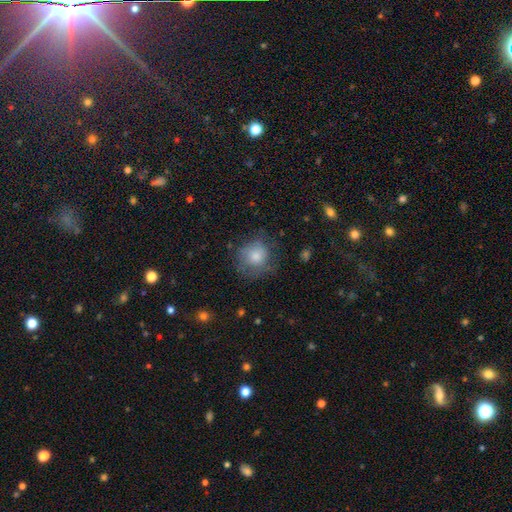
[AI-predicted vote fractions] This is likely a smooth galaxy (70%). How rounded: clearly round (84%). Merging: likely none (64%).